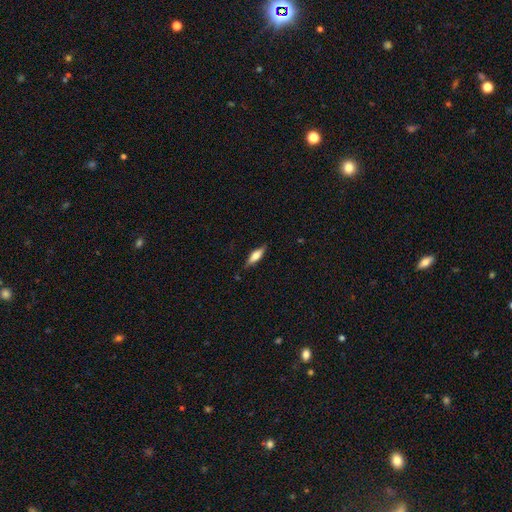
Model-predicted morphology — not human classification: A smooth galaxy with no disk features (54%) that is cigar-shaped (53%). Merging: none (82%).